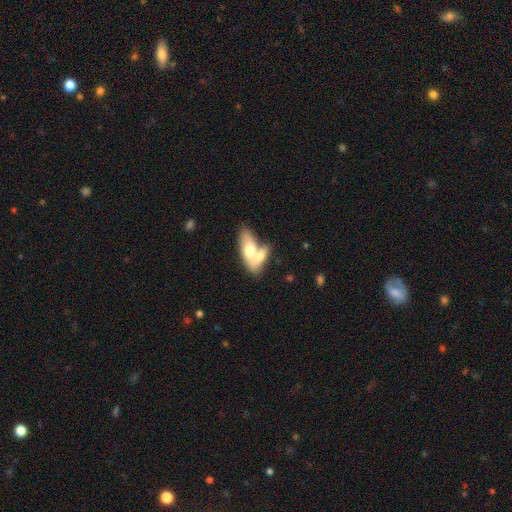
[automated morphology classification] Q: Smooth or featured?
A: smooth (65%); runner-up: featured or disk (30%)
Q: How rounded?
A: in between (79%); runner-up: cigar-shaped (17%)
Q: Merging?
A: merger (67%); runner-up: none (21%)